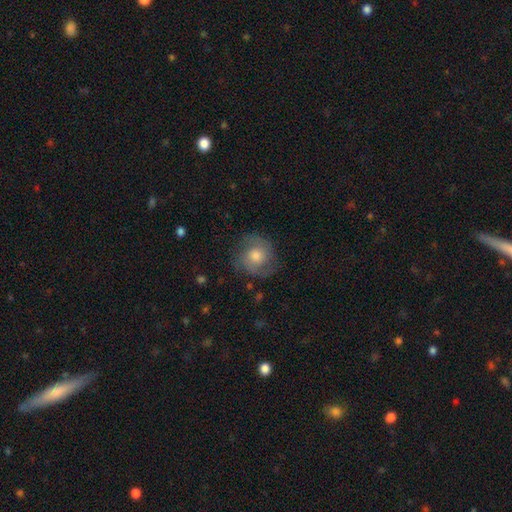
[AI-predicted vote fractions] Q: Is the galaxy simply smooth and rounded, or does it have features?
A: featured or disk — 54%.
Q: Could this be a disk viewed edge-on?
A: no — 97%.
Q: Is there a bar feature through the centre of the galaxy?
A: no — 75%.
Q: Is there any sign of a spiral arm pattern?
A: yes — 87%.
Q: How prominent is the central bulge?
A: moderate — 57%.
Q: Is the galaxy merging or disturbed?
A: none — 76%.